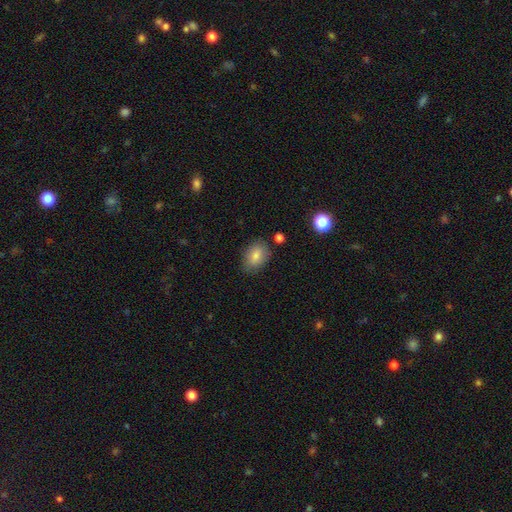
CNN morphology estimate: Smooth or featured? Predicted: smooth (p=0.82). How rounded? Predicted: in between (p=0.81). Merging? Predicted: none (p=0.79).